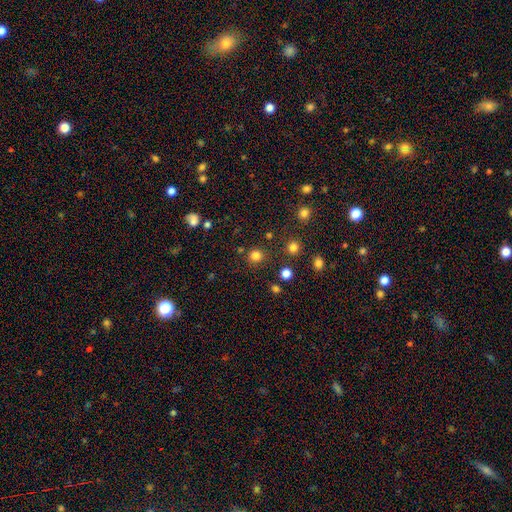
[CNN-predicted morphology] type=smooth (81%); roundness=round (93%); merging=none (87%).